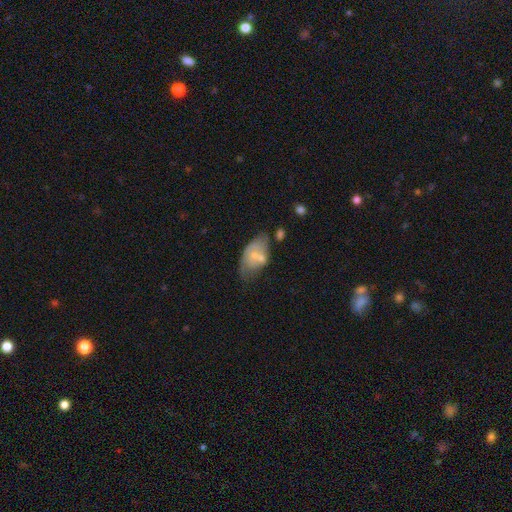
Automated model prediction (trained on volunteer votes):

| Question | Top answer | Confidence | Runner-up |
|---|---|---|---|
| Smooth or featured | smooth | 52% | featured or disk (41%) |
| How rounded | in between | 91% | round (7%) |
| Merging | none | 31% | merger (27%) |